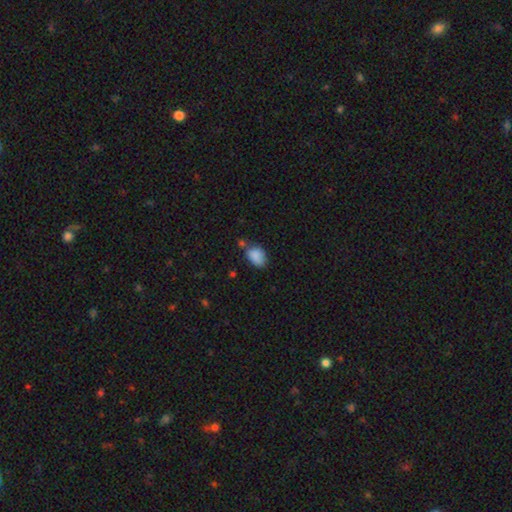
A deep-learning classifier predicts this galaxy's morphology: type=smooth (86%); roundness=in between (80%); merging=none (53%).